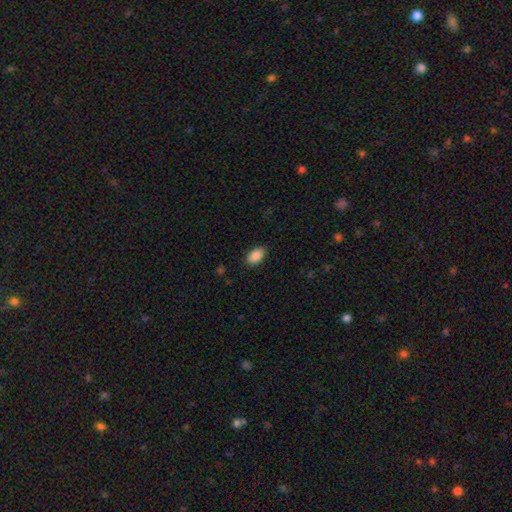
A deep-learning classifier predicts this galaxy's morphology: Smooth or featured? Predicted: smooth (p=0.89). How rounded? Predicted: in between (p=0.93). Merging? Predicted: none (p=0.88).